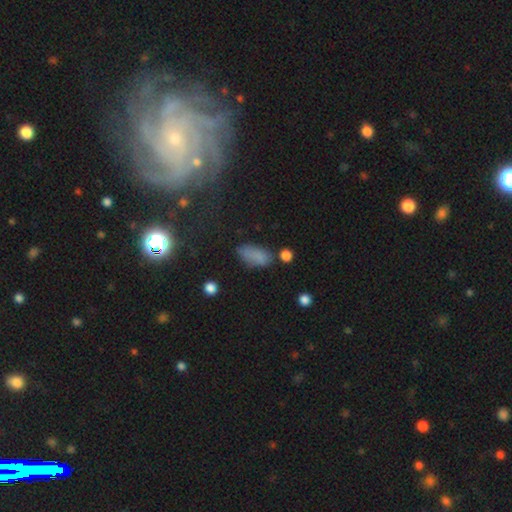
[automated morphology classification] Smooth or featured? Predicted: smooth (p=0.79). How rounded? Predicted: in between (p=0.88). Merging? Predicted: none (p=0.63).